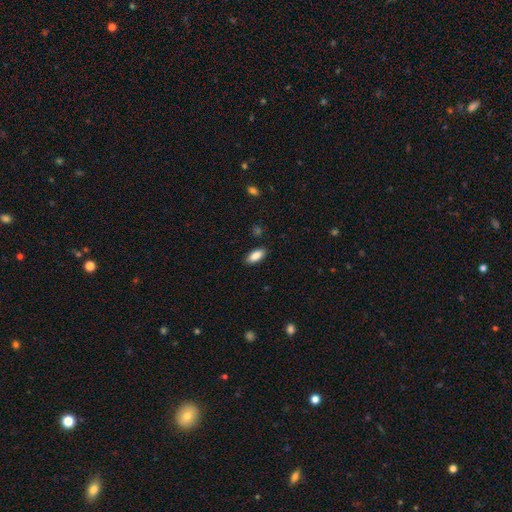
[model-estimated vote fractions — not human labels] Morphology: type=smooth (88%); roundness=in between (87%); merging=none (87%).